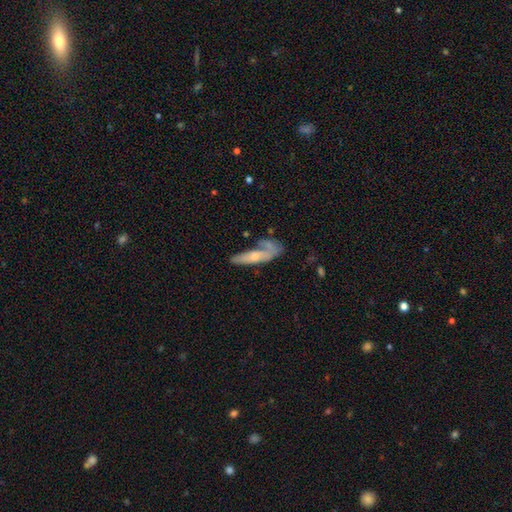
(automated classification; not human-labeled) smooth_or_featured: smooth (p=0.49) [alt: featured or disk p=0.44]
merging: none (p=0.34) [alt: major disturbance p=0.27]